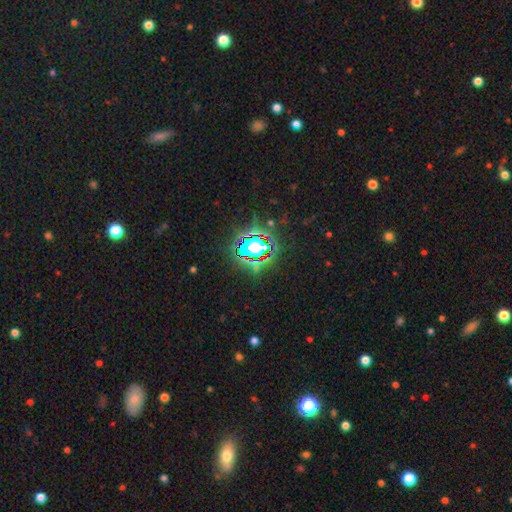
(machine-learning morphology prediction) star or artifact 78%, smooth 13%, featured or disk 9%.